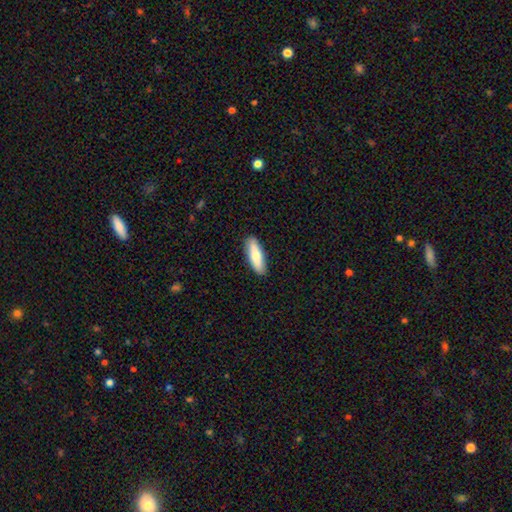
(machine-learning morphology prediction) smooth_or_featured: smooth (p=0.75) [alt: featured or disk p=0.20]
how_rounded: in between (p=0.49) [tied with: cigar-shaped p=0.49]
merging: none (p=0.89) [alt: minor disturbance p=0.08]